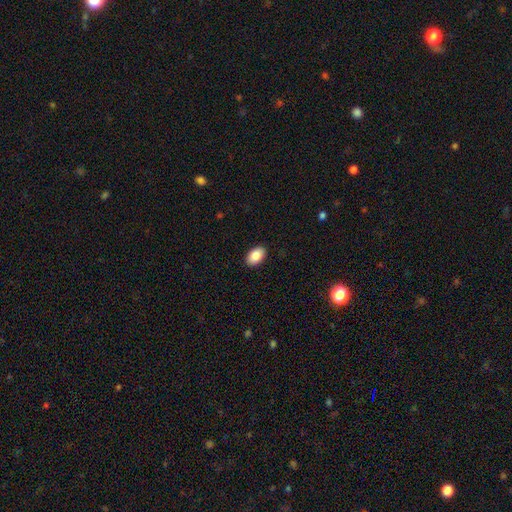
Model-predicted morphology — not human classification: smooth_or_featured: smooth (p=0.86) [alt: star or artifact p=0.07]
how_rounded: in between (p=0.92) [alt: round p=0.07]
merging: none (p=0.91) [alt: minor disturbance p=0.07]